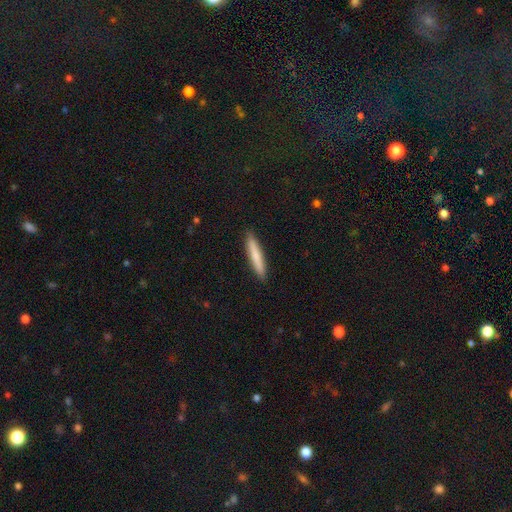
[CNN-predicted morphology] Overall: smooth (76%). How rounded: cigar-shaped (94%). Merging: none (92%).